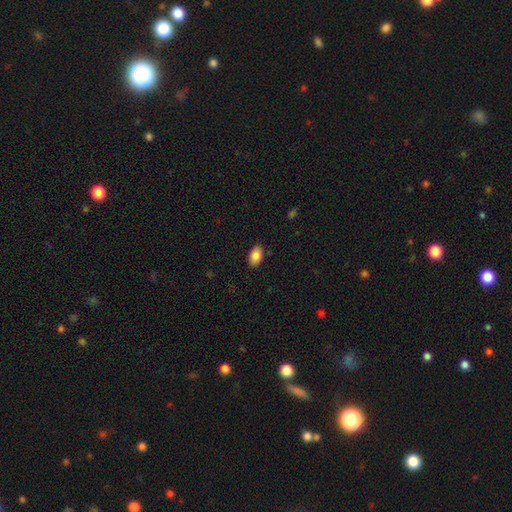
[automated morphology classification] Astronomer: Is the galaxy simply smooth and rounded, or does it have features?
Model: smooth — 86%.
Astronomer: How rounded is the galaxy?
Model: in between — 92%.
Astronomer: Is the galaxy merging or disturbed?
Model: none — 88%.